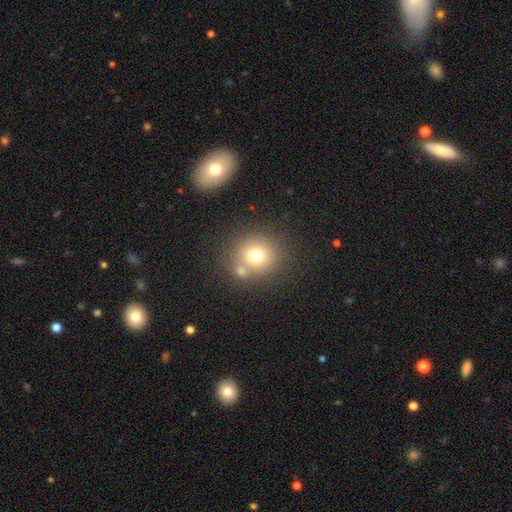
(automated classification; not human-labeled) Smooth or featured? smooth (72%)
How rounded? round (88%)
Merging? none (68%)